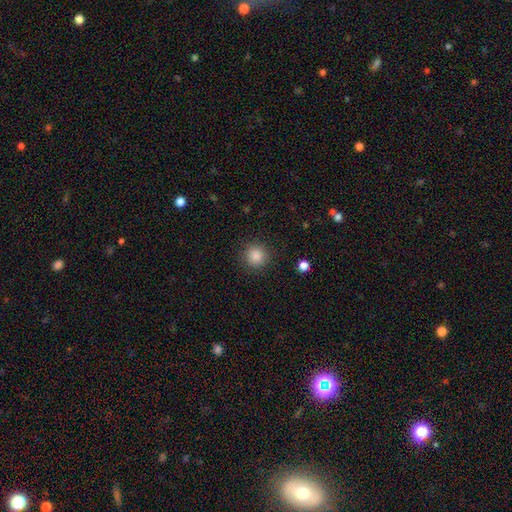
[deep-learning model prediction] A smooth galaxy with no disk features (86%) that is round (94%). Merging: none (90%).